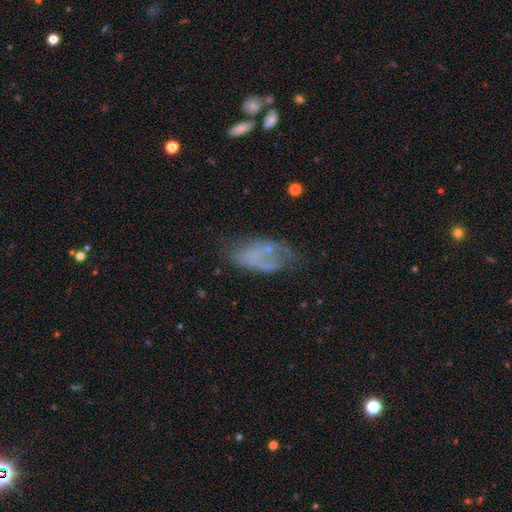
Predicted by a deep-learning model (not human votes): Smooth or featured? smooth (45%)
Merging? none (43%)